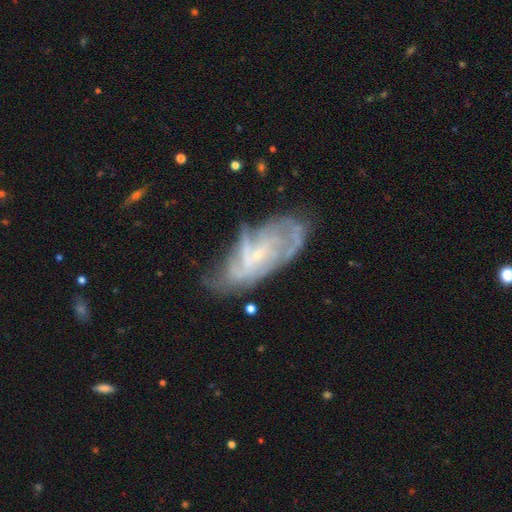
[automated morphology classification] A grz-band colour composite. It shows a featured or disk galaxy (79%) with no bar (50%), tight (45%) spiral arms (82%) and a small central bulge (77%). Merging: none (46%).